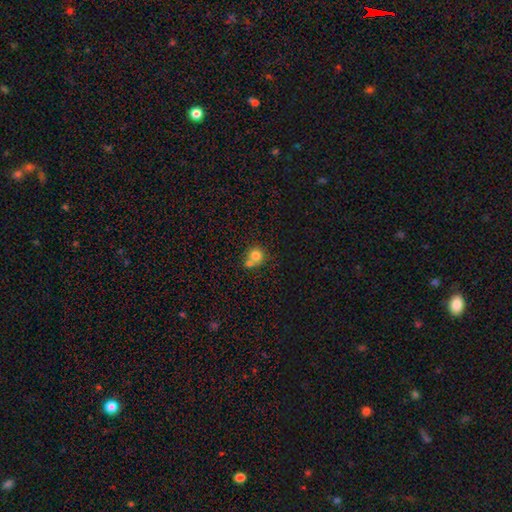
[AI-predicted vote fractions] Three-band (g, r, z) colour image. It shows a smooth galaxy with no disk features (78%) that is round (88%). Merging: none (46%).